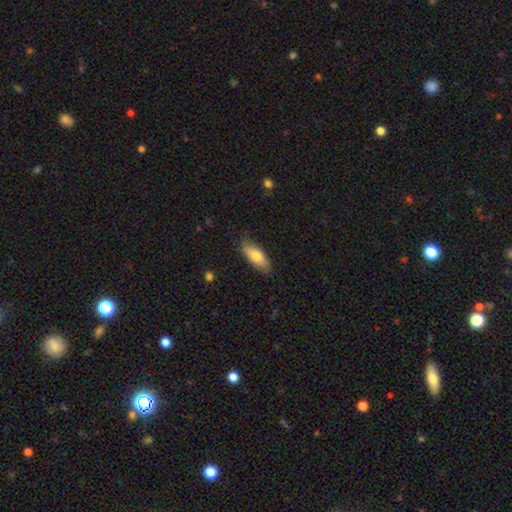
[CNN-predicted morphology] A smooth galaxy with no disk features (75%) that is in between round and cigar-shaped (69%).

Vote fractions:
- Smooth or featured? smooth: 75% / featured or disk: 19% / star or artifact: 6%
- How rounded? in between: 69% / cigar-shaped: 29% / round: 2%
- Merging? none: 78% / minor disturbance: 18% / major disturbance: 3% / merger: 1%